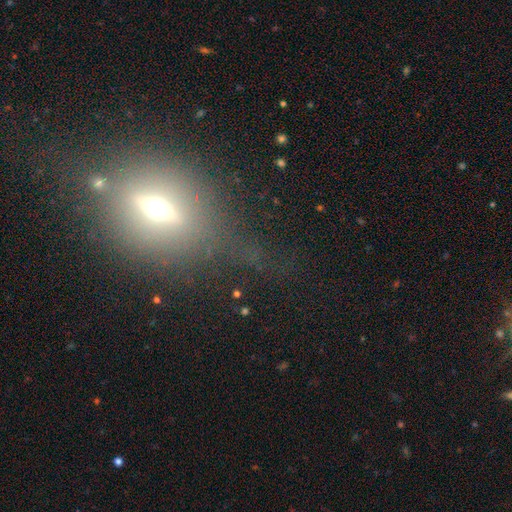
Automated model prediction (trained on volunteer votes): Smooth or featured? Predicted: featured or disk (p=0.43). Merging? Predicted: none (p=0.66).